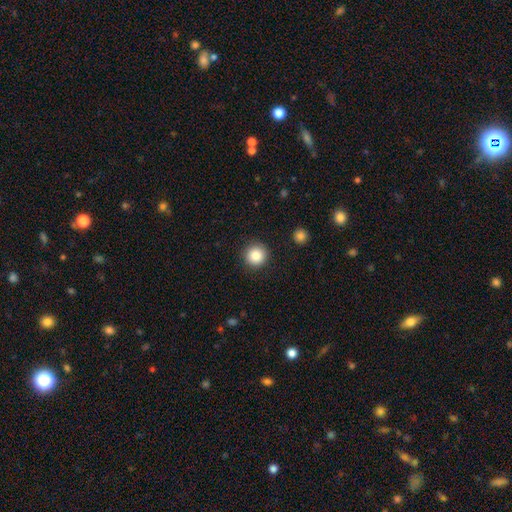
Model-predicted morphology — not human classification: smooth-or-featured: smooth: 85% | star or artifact: 10% | featured or disk: 5%
  how-rounded: round: 95% | in between: 4% | cigar-shaped: 1%
  merging: none: 91% | minor disturbance: 6% | major disturbance: 2% | merger: 1%